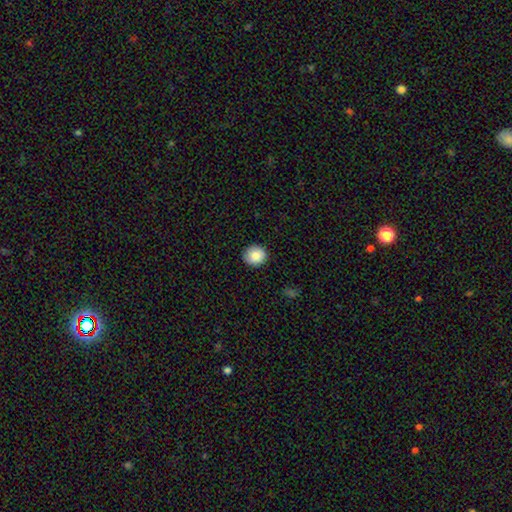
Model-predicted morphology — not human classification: Q: Smooth or featured?
A: smooth (86%); runner-up: star or artifact (8%)
Q: How rounded?
A: round (86%); runner-up: in between (13%)
Q: Merging?
A: none (89%); runner-up: minor disturbance (9%)